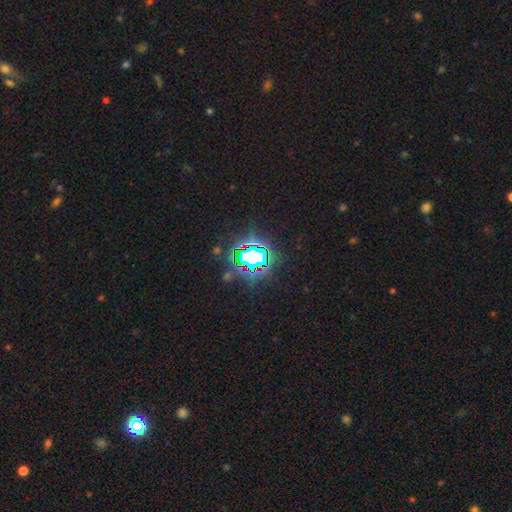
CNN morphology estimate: Overall: star or artifact (77%).